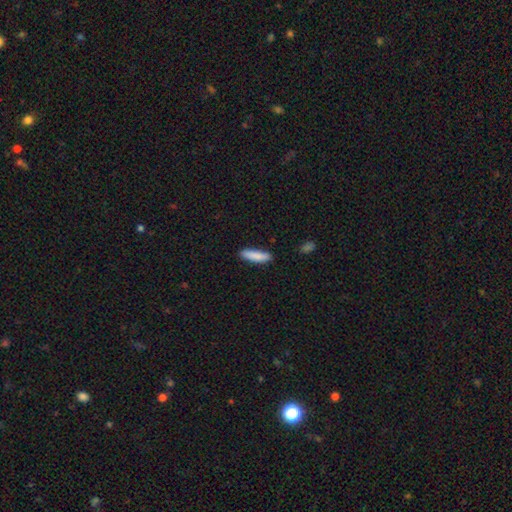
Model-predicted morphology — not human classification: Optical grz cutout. It shows a smooth galaxy with no disk features (87%) that is cigar-shaped (70%). Merging: none (86%).